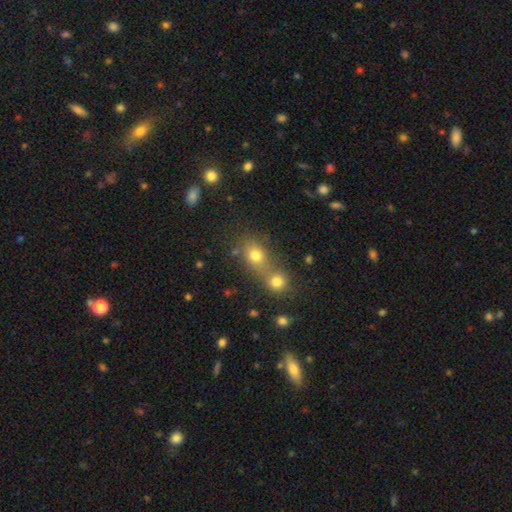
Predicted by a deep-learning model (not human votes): smooth-or-featured: smooth: 71% | star or artifact: 18% | featured or disk: 11%
  how-rounded: round: 61% | in between: 37% | cigar-shaped: 2%
  merging: merger: 44% (tied) | none: 44% (tied) | minor disturbance: 8% | major disturbance: 4%